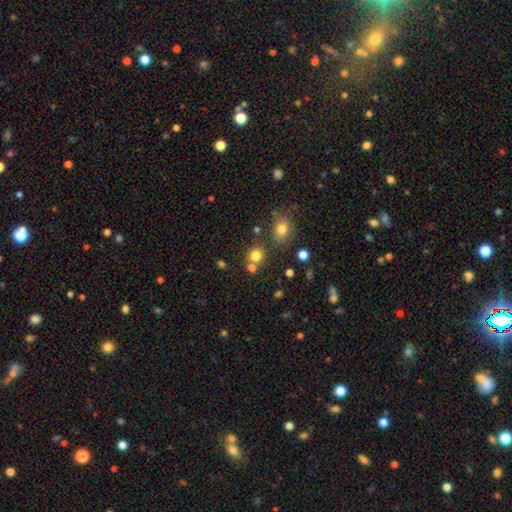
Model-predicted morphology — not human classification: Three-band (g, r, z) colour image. It shows a smooth galaxy with no disk features (77%) that is round (86%). Merging: none (67%).